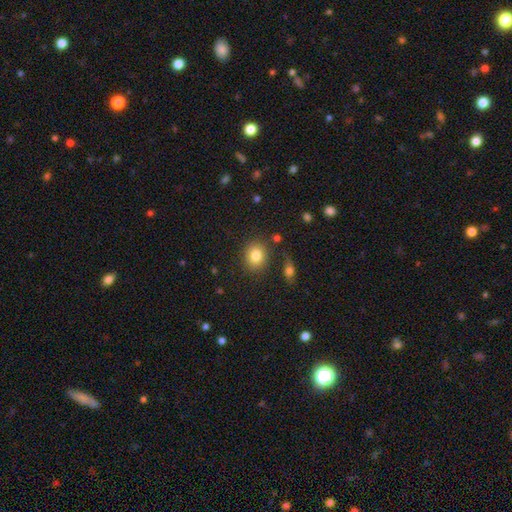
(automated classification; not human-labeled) Smooth or featured? Predicted: smooth (p=0.82). How rounded? Predicted: round (p=0.61). Merging? Predicted: none (p=0.81).